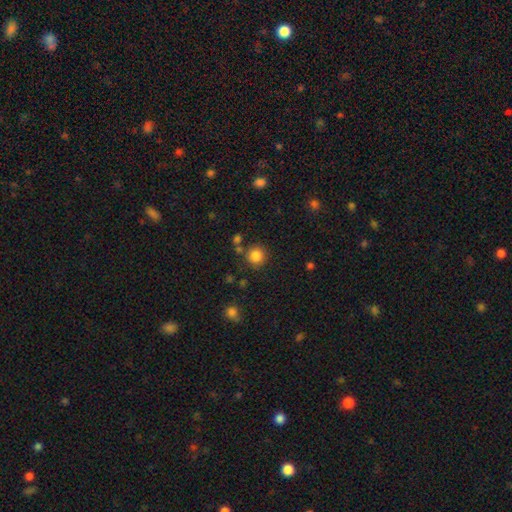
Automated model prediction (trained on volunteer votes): smooth-or-featured: smooth: 84% | star or artifact: 12% | featured or disk: 5%
  how-rounded: round: 92% | in between: 7% | cigar-shaped: 1%
  merging: none: 80% | minor disturbance: 9% | merger: 7% | major disturbance: 4%